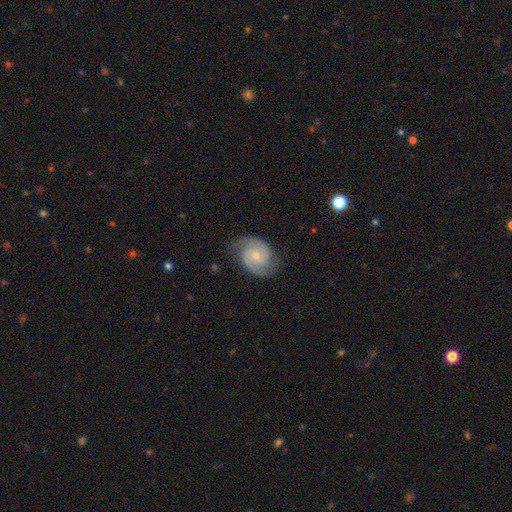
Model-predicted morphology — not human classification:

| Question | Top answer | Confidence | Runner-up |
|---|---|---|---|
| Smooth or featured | featured or disk | 75% | smooth (20%) |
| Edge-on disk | no | 98% | yes (2%) |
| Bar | no | 63% | weak (33%) |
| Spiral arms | yes | 94% | no (6%) |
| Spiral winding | medium | 47% | tight (39%) |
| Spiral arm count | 2 | 86% | can't tell (7%) |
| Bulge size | small | 56% | moderate (39%) |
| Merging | none | 75% | minor disturbance (19%) |